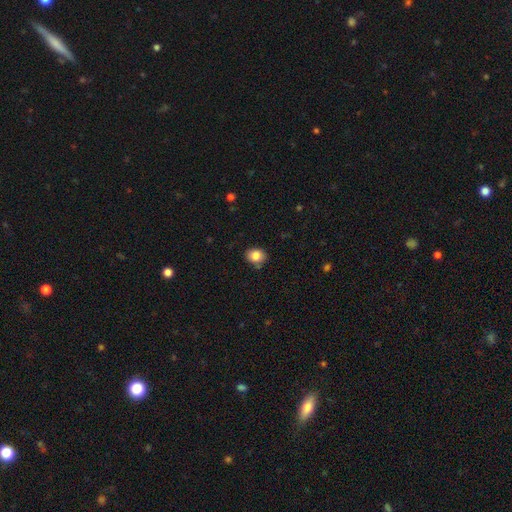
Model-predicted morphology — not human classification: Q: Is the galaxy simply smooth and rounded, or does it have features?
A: smooth — 84%.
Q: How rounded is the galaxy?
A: round — 61%.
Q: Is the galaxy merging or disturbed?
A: none — 79%.